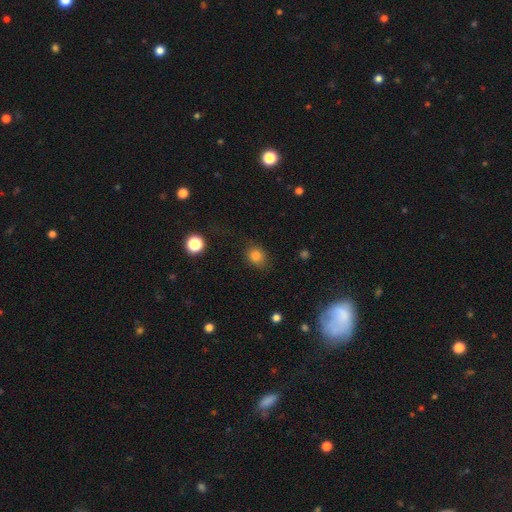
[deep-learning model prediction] A smooth galaxy with no disk features (83%) that is round (53%). Merging: none (74%).